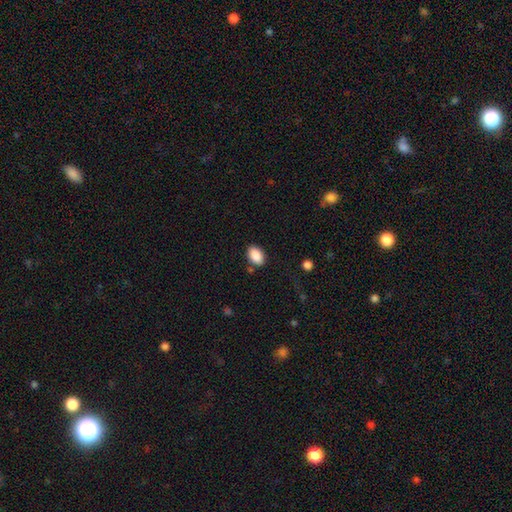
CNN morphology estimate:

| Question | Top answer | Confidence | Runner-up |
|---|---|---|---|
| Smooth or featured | smooth | 89% | star or artifact (7%) |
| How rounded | in between | 88% | round (11%) |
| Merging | none | 82% | minor disturbance (12%) |